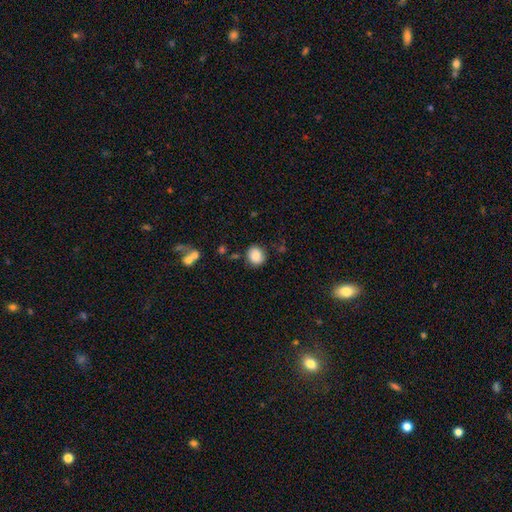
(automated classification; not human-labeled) Q: Smooth or featured?
A: smooth (86%); runner-up: star or artifact (9%)
Q: How rounded?
A: round (78%); runner-up: in between (21%)
Q: Merging?
A: none (80%); runner-up: minor disturbance (12%)